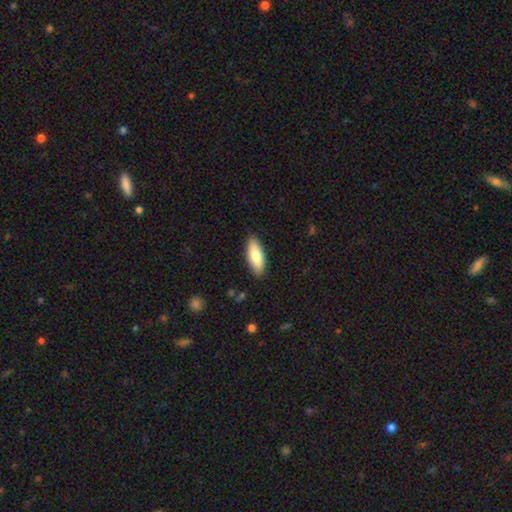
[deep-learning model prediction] A smooth galaxy with no disk features (79%) that is in between round and cigar-shaped (71%). Merging: none (87%).